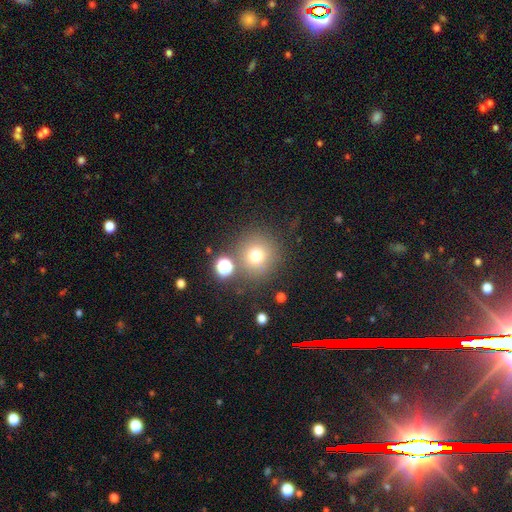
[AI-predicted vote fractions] smooth_or_featured: smooth (p=0.72) [alt: star or artifact p=0.18]
how_rounded: round (p=0.93) [alt: in between p=0.06]
merging: none (p=0.78) [alt: minor disturbance p=0.10]